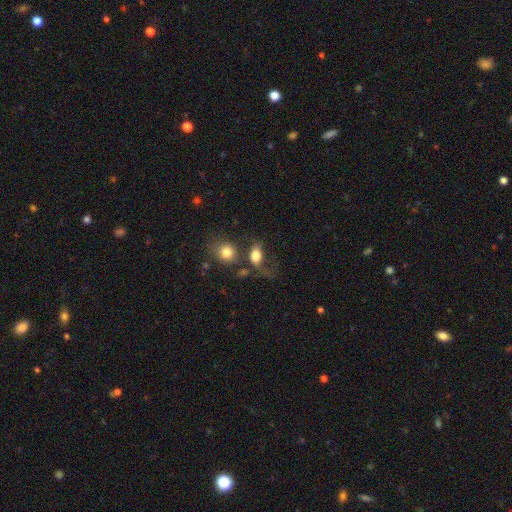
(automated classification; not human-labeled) Smooth or featured? Predicted: smooth (p=0.76). How rounded? Predicted: in between (p=0.71). Merging? Predicted: major disturbance (p=0.33).